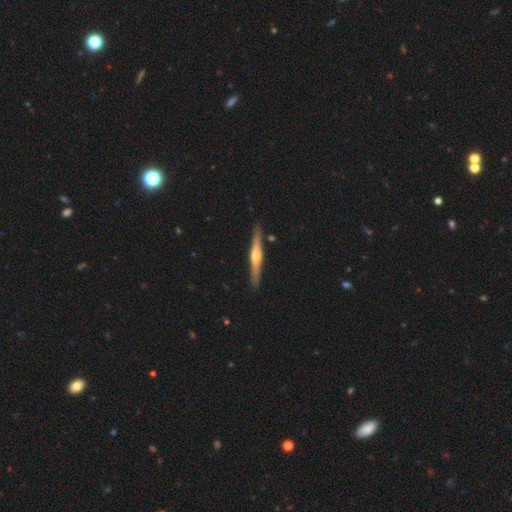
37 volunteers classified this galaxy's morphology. type=featured or disk (73%); edge-on=yes (100%); edge-on bulge=rounded (93%); merging=none (86%).